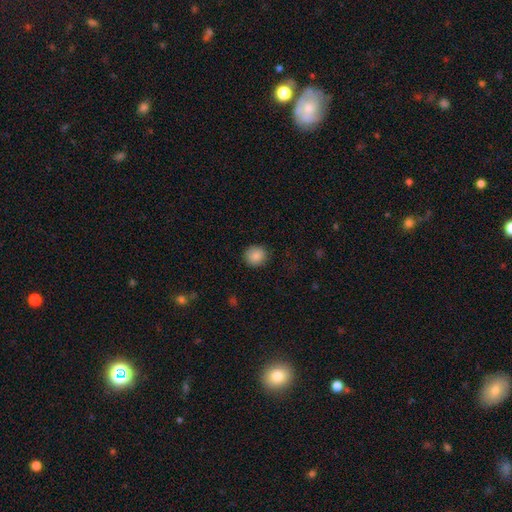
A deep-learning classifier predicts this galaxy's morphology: The model was most divided on "how rounded": round: 88%, in between: 11%, cigar-shaped: 1%. More confident: merging — none (88%); smooth or featured — smooth (86%).